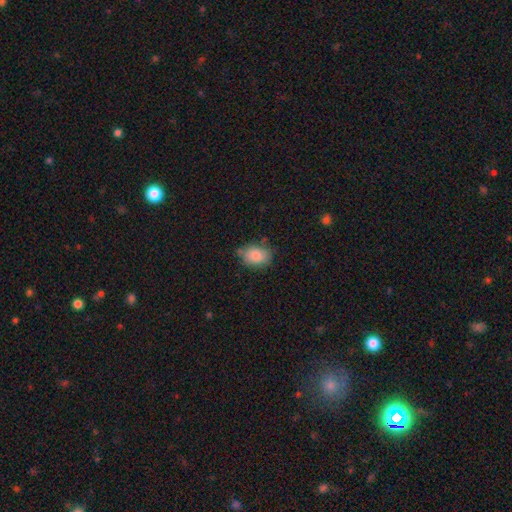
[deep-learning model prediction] Morphology: type=smooth (84%); roundness=in between (73%); merging=none (72%).